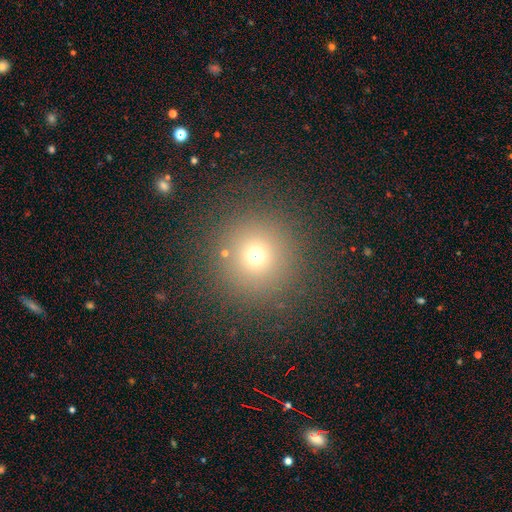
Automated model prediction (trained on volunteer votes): This is likely a smooth galaxy (68%). How rounded: clearly round (95%). Merging: clearly none (87%).